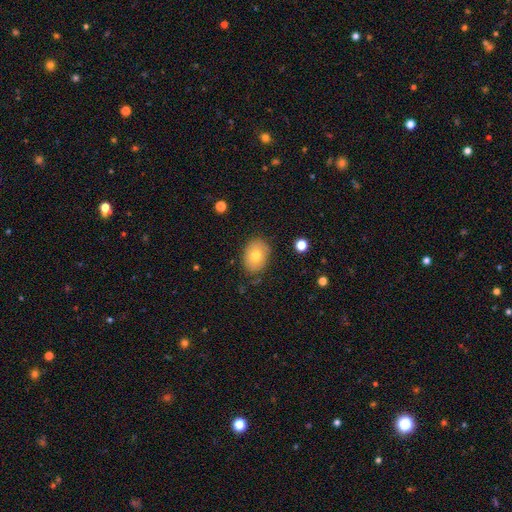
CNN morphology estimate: smooth_or_featured: smooth (p=0.74) [alt: featured or disk p=0.17]
how_rounded: in between (p=0.66) [alt: round p=0.33]
merging: none (p=0.81) [alt: minor disturbance p=0.14]